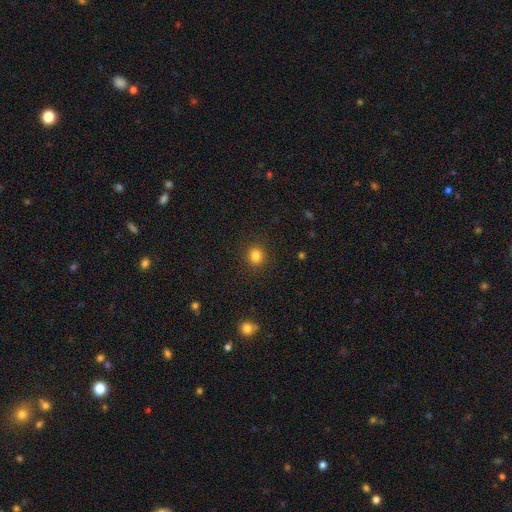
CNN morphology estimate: Q: Smooth or featured?
A: smooth (83%); runner-up: star or artifact (12%)
Q: How rounded?
A: round (87%); runner-up: in between (12%)
Q: Merging?
A: none (90%); runner-up: minor disturbance (6%)